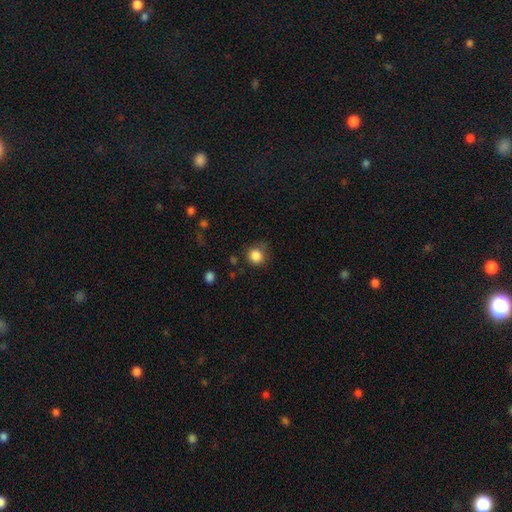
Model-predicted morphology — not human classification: smooth_or_featured: smooth (p=0.85) [alt: star or artifact p=0.11]
how_rounded: round (p=0.90) [alt: in between p=0.09]
merging: none (p=0.75) [alt: minor disturbance p=0.17]